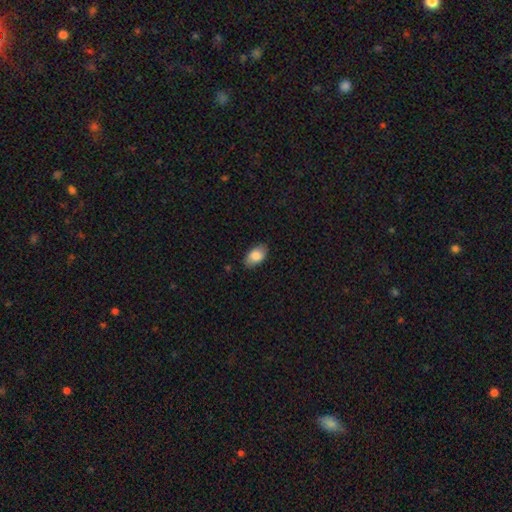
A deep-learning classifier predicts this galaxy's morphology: Smooth or featured: smooth — 85% (featured or disk — 9%)
How rounded: in between — 93% (round — 5%)
Merging: none — 85% (minor disturbance — 12%)